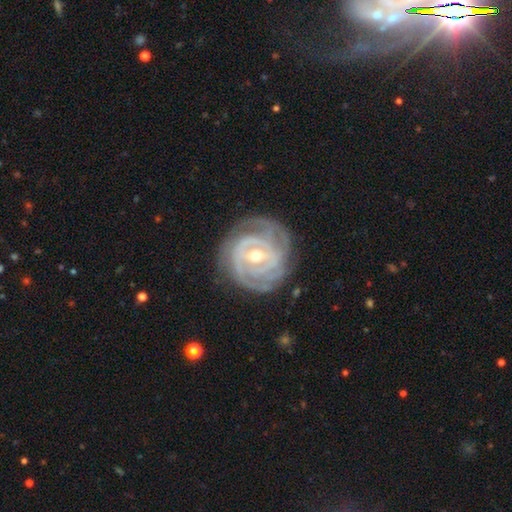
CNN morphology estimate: The model was most divided on "spiral arm count": 3: 30%, can't tell: 23%, 2: 18%, 4: 16%, more than 4: 7%, 1: 6%. Remaining: edge-on disk — no (97%); spiral arms — yes (97%); smooth or featured — featured or disk (91%); spiral winding — tight (80%); merging — none (78%); bulge size — moderate (59%); bar — weak (46%).